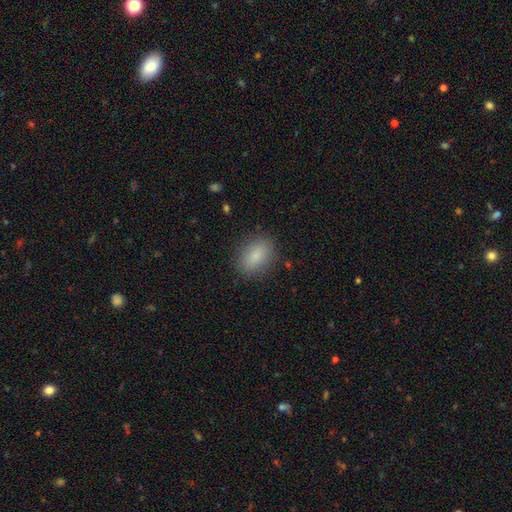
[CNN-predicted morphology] A smooth galaxy with no disk features (84%) that is in between round and cigar-shaped (81%). Merging: none (86%).